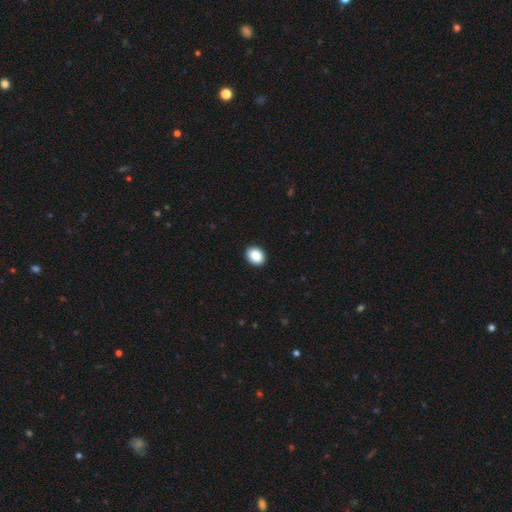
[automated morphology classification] smooth 89%, star or artifact 7%, featured or disk 4%. Down the decision tree: how rounded — in between (64%); merging — none (92%).